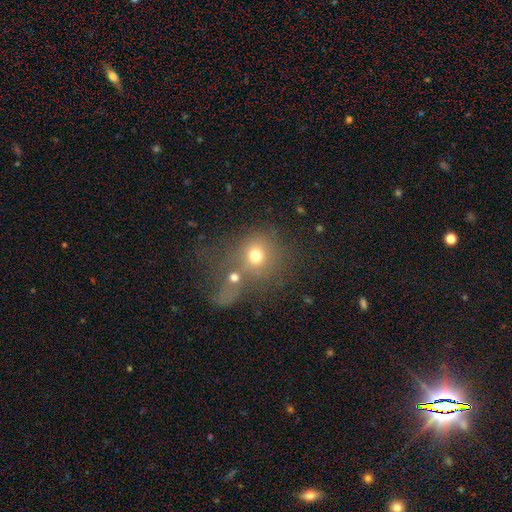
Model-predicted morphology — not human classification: This appears to be a smooth galaxy with no disk features (66%) that is round (81%). Merging: merger (47%).